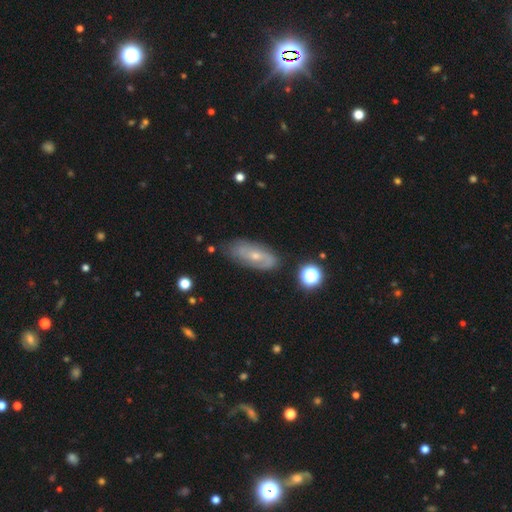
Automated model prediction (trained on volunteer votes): This is possibly a featured or disk galaxy (59%). It is clearly not viewed edge-on (86%). Bar: likely no (61%). Spiral arm pattern: likely yes (75%). Central bulge: possibly small (60%). Merging: likely none (72%).